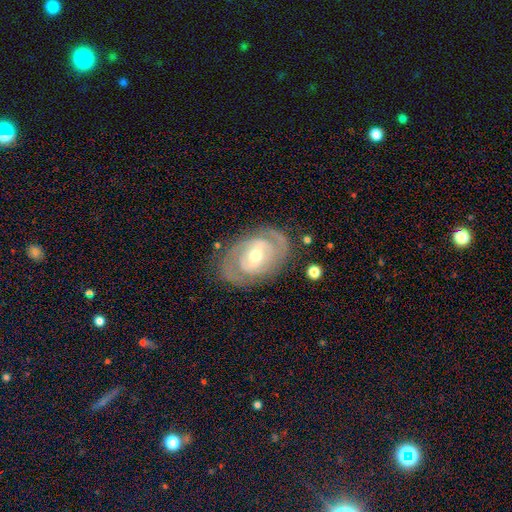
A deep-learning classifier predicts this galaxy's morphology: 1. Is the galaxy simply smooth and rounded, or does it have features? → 85% featured or disk, 10% smooth, 5% star or artifact.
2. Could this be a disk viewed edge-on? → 95% no, 5% yes.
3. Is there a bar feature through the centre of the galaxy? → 44% weak, 30% no, 27% strong.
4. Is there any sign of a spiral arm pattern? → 89% yes, 11% no.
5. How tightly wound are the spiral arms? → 63% tight, 30% medium, 7% loose.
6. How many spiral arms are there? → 66% 2, 17% can't tell, 8% 3, 4% 1, 2% 4, 2% more than 4.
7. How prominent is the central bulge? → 56% moderate, 39% small, 3% large, 1% none, 1% dominant.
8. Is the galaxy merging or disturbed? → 78% none, 14% minor disturbance, 6% major disturbance, 2% merger.